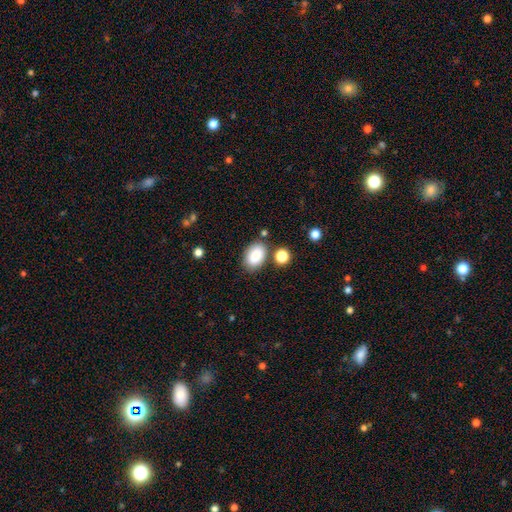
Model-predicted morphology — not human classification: smooth-or-featured: smooth: 86% | star or artifact: 8% | featured or disk: 6%
  how-rounded: in between: 88% | round: 10% | cigar-shaped: 1%
  merging: none: 77% | minor disturbance: 13% | merger: 7% | major disturbance: 3%